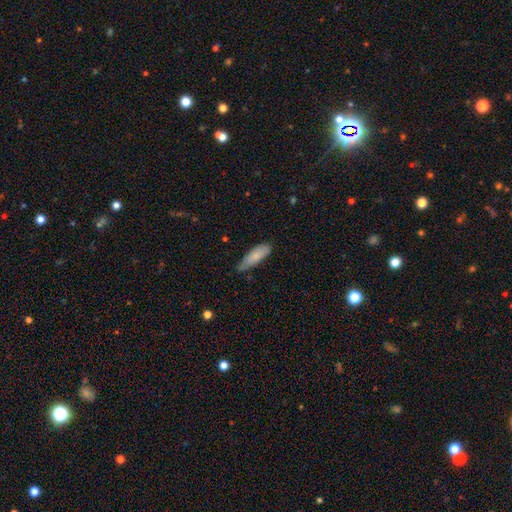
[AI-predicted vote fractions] Overall: smooth (80%). How rounded: in between (50%; cigar-shaped 48%). Merging: none (63%; minor disturbance 31%).